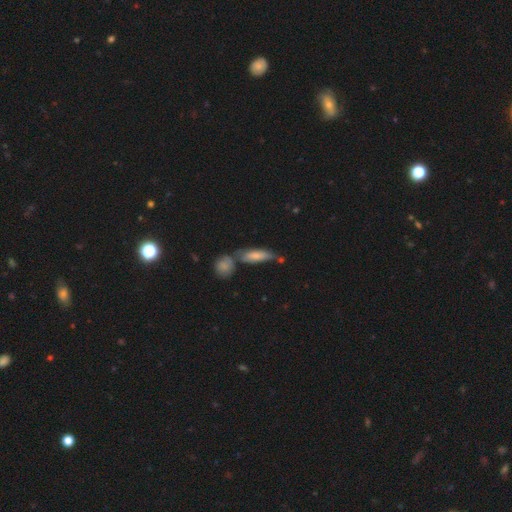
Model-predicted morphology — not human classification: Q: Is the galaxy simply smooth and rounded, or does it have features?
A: smooth — 71%.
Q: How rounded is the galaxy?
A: cigar-shaped — 51%.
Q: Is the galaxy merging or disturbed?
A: none — 52%.